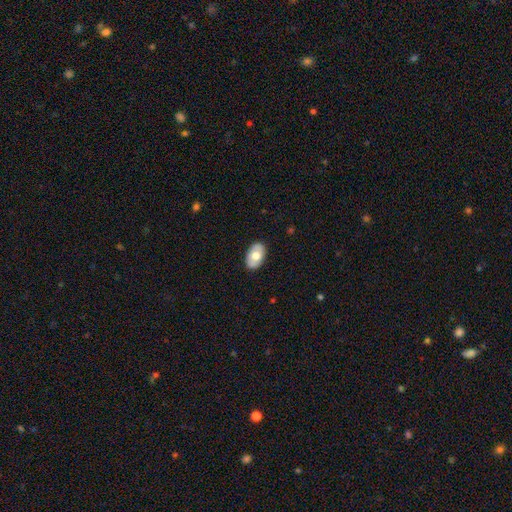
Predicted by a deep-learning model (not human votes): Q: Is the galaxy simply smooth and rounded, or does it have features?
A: smooth — 60%.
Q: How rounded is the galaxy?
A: in between — 91%.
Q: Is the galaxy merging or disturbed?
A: none — 86%.